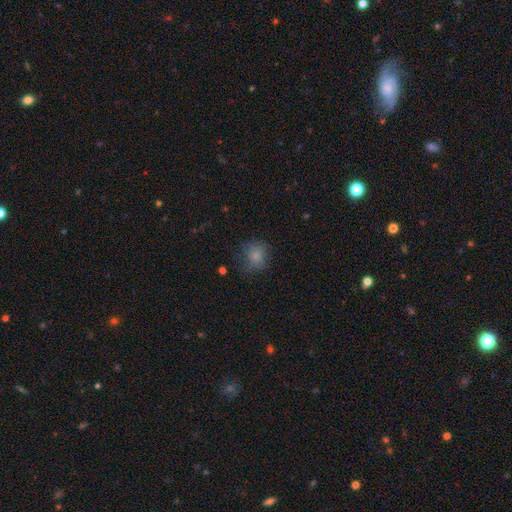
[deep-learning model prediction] This is likely a smooth galaxy (77%). How rounded: likely round (75%). Merging: likely none (63%).